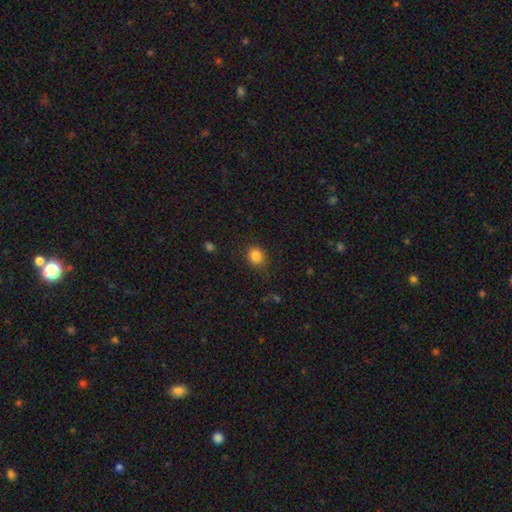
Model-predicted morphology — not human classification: The model was most divided on "how rounded": round: 61%, in between: 38%, cigar-shaped: 1%. More confident: merging — none (85%); smooth or featured — smooth (84%).